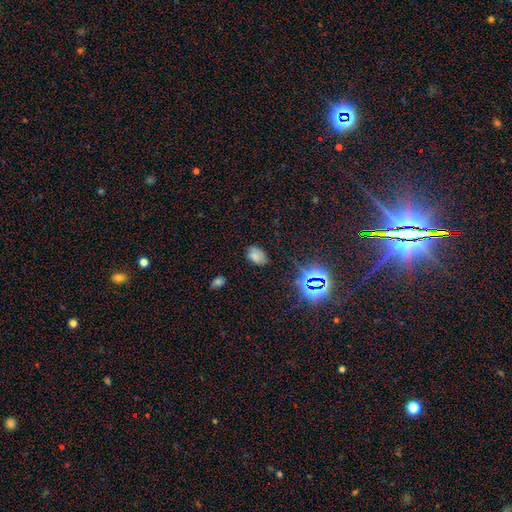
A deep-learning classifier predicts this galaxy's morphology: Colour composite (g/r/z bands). It shows a smooth galaxy with no disk features (62%) that is in between round and cigar-shaped (89%). Merging: none (66%).